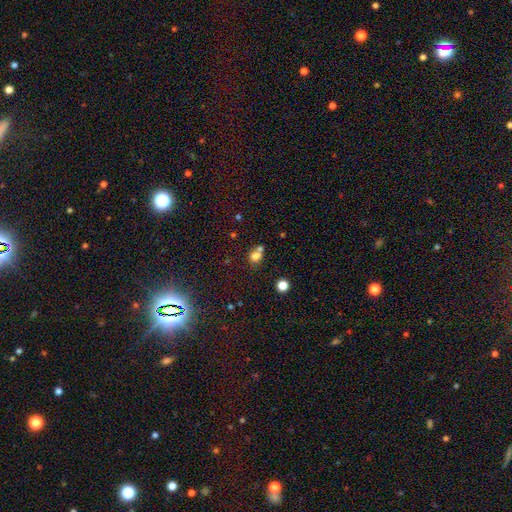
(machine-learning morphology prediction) This appears to be a smooth galaxy with no disk features (74%) that is round (67%). Merging: none (45%).